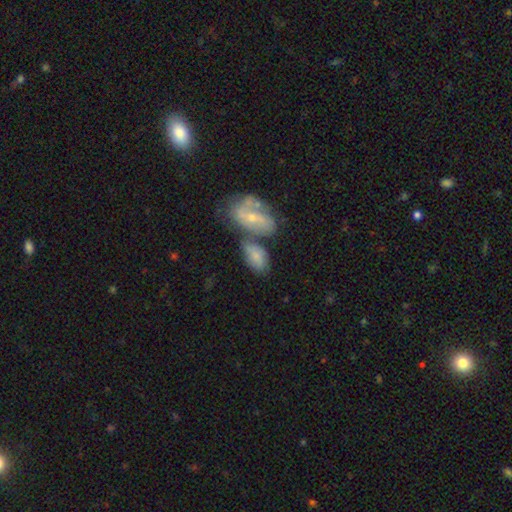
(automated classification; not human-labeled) Overall: smooth (61%; featured or disk 31%). How rounded: in between (91%). Merging: merger (42%; none 34%).